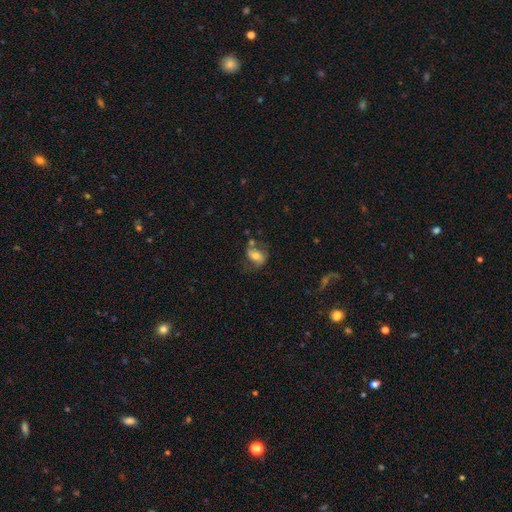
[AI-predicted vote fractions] This appears to be a smooth galaxy with no disk features (50%) that is in between round and cigar-shaped (76%). Merging: none (51%).